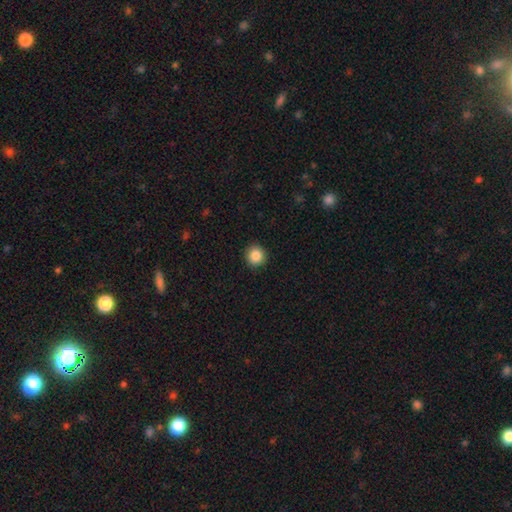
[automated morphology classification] Smooth or featured?
  - smooth: 86% *
  - star or artifact: 9%
  - featured or disk: 4%
How rounded?
  - round: 92% *
  - in between: 7%
  - cigar-shaped: 1%
Merging?
  - none: 92% *
  - minor disturbance: 5%
  - major disturbance: 2%
  - merger: 1%